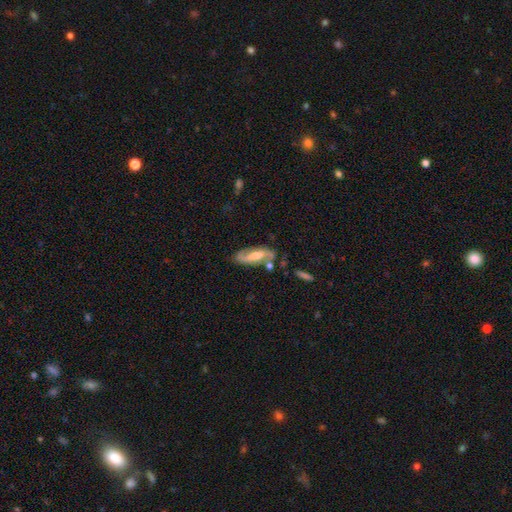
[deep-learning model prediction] Q: Smooth or featured?
A: featured or disk (71%); runner-up: smooth (23%)
Q: Edge-on disk?
A: no (86%); runner-up: yes (14%)
Q: Bar?
A: weak (38%); runner-up: strong (35%)
Q: Spiral arms?
A: yes (90%); runner-up: no (10%)
Q: Spiral winding?
A: loose (49%); runner-up: medium (36%)
Q: Spiral arm count?
A: 2 (88%); runner-up: can't tell (6%)
Q: Bulge size?
A: moderate (55%); runner-up: small (28%)
Q: Merging?
A: none (68%); runner-up: minor disturbance (18%)